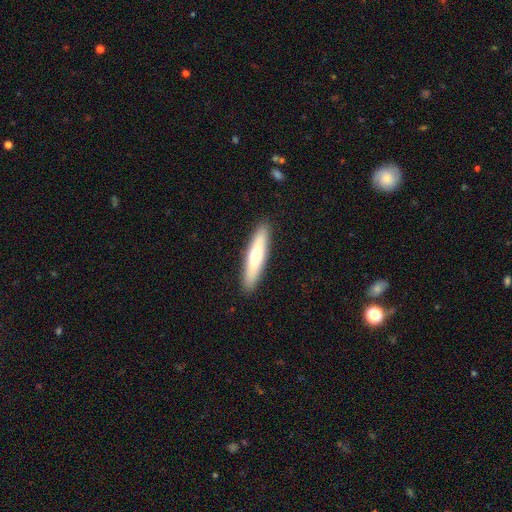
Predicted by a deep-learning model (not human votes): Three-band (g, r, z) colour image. It shows a smooth galaxy with no disk features (62%) that is cigar-shaped (82%). Merging: none (91%).